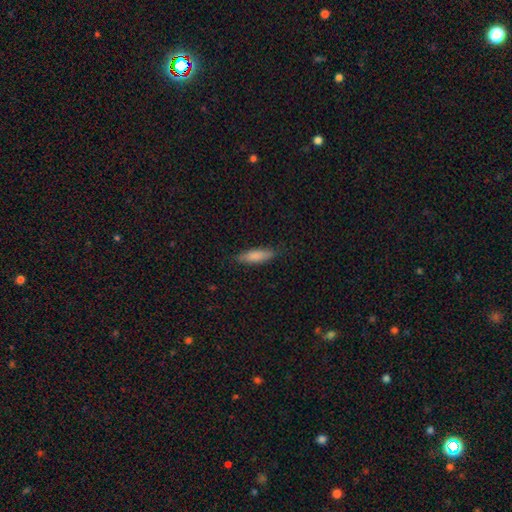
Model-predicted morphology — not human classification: Smooth or featured? smooth (83%)
How rounded? cigar-shaped (58%)
Merging? none (84%)